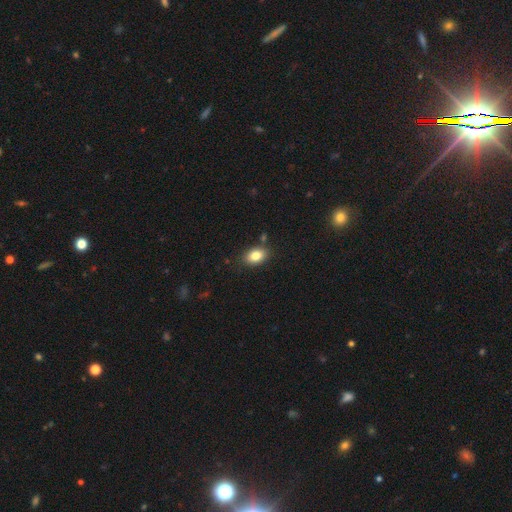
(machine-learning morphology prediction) This is clearly a smooth galaxy (83%). How rounded: clearly in between (86%). Merging: clearly none (83%).